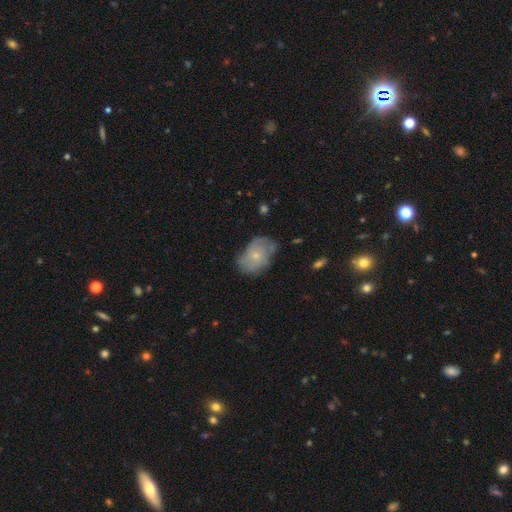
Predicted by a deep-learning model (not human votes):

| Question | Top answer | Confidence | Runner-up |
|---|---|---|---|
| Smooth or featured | smooth | 48% | featured or disk (44%) |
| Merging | none | 54% | minor disturbance (32%) |